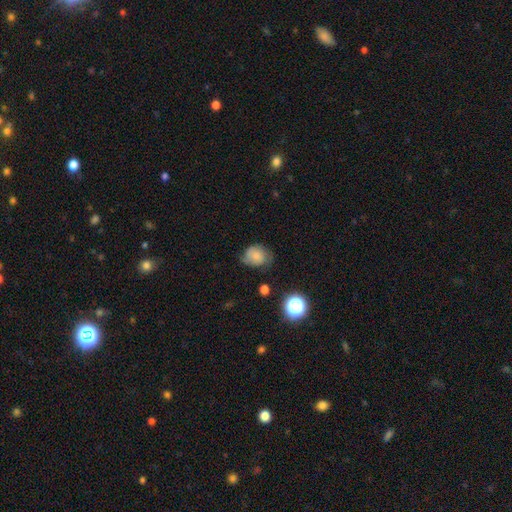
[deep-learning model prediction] A smooth galaxy with no disk features (70%) that is round (57%). Merging: none (52%).